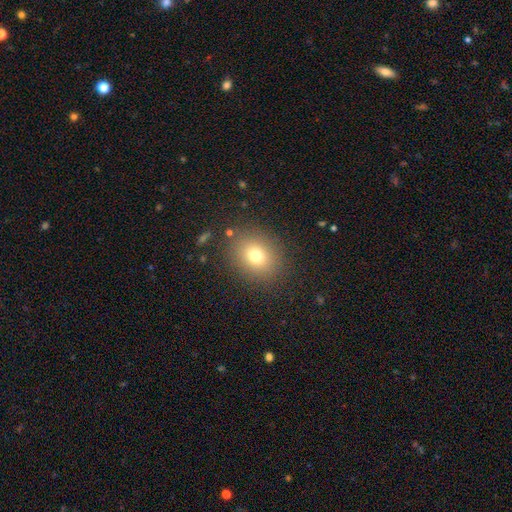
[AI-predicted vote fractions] smooth_or_featured: smooth (p=0.74) [alt: star or artifact p=0.15]
how_rounded: round (p=0.64) [alt: in between p=0.35]
merging: none (p=0.86) [alt: minor disturbance p=0.08]